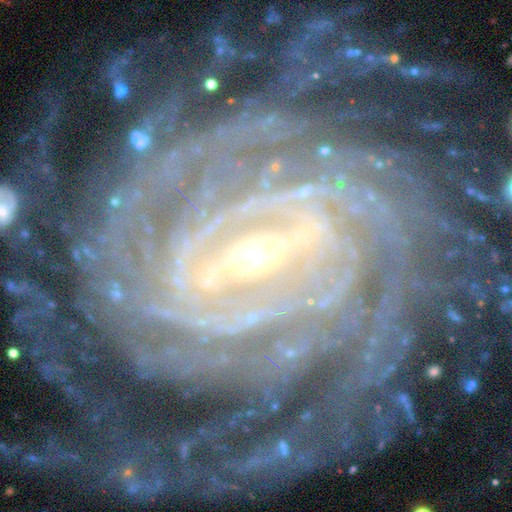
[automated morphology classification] A featured or disk galaxy (93%) with a strong bar (62%), more than 4 (29%) tight (85%) spiral arms (99%) and a small central bulge (70%). Merging: none (77%).